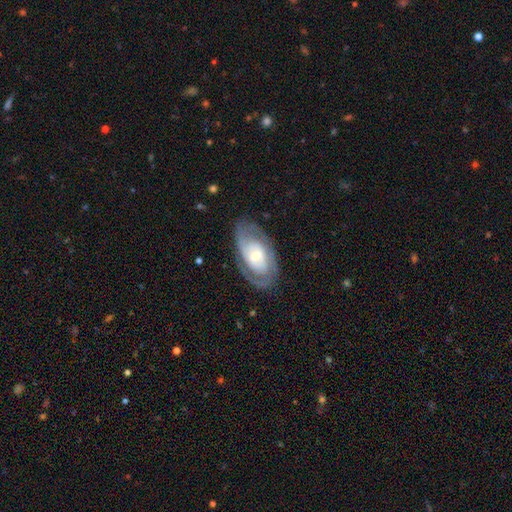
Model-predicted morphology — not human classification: This is likely a featured or disk galaxy (77%). It is clearly not viewed edge-on (94%). Bar: possibly no (51%). Spiral arm pattern: clearly yes (87%). Spiral arm count: possibly 2 (56%). Spiral winding: possibly tight (55%). Central bulge: marginally small (44%, tied with moderate). Merging: likely none (74%).